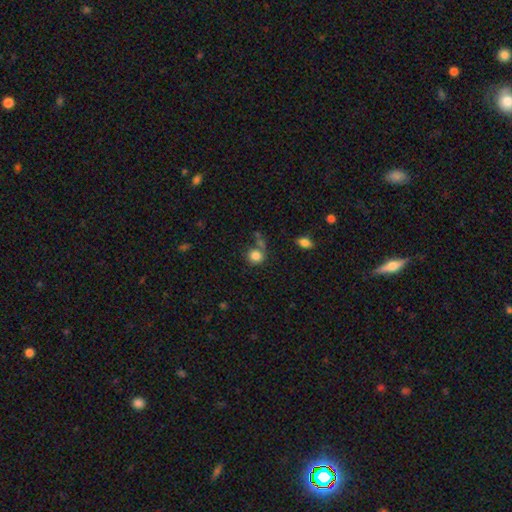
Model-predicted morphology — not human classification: type=smooth (83%); roundness=round (85%); merging=none (62%).